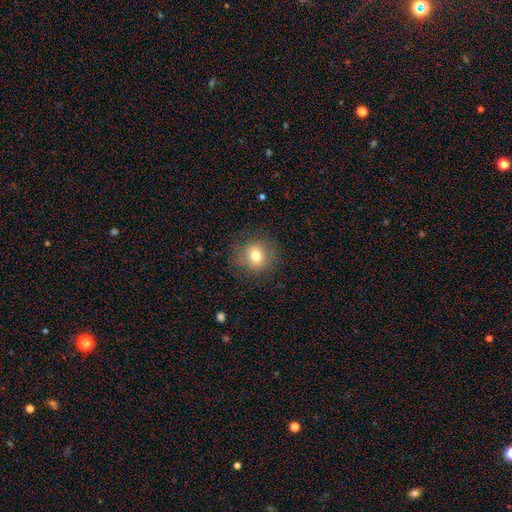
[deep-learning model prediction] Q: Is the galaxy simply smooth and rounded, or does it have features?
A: smooth — 75%.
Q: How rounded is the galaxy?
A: round — 82%.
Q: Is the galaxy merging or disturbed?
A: none — 83%.